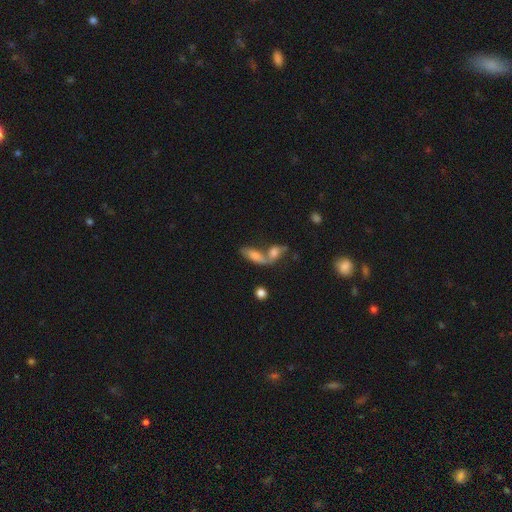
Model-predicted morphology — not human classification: Smooth or featured? Predicted: smooth (p=0.48). Merging? Predicted: merger (p=0.60).